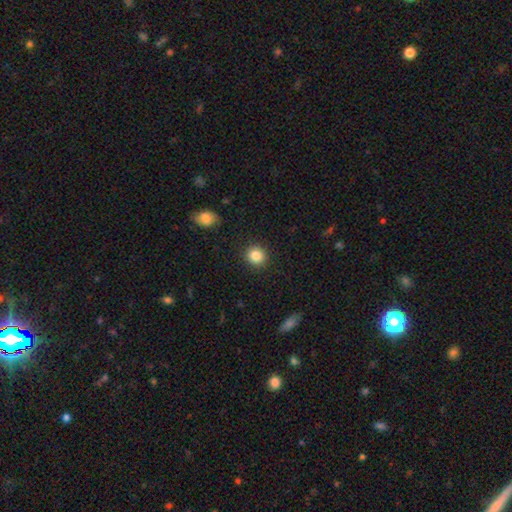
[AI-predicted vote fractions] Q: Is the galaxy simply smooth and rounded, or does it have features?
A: smooth — 85%.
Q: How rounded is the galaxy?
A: round — 89%.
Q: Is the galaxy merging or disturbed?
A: none — 91%.